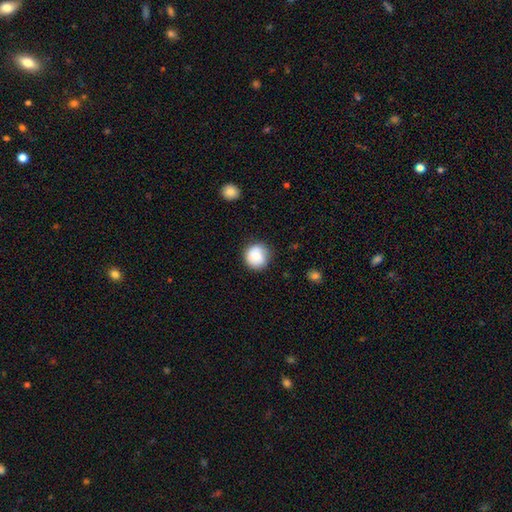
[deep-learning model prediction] A smooth galaxy with no disk features (82%) that is round (93%).

Vote fractions:
- Smooth or featured? smooth: 82% / featured or disk: 10% / star or artifact: 8%
- How rounded? round: 93% / in between: 6% / cigar-shaped: 1%
- Merging? none: 81% / minor disturbance: 14% / major disturbance: 3% / merger: 2%